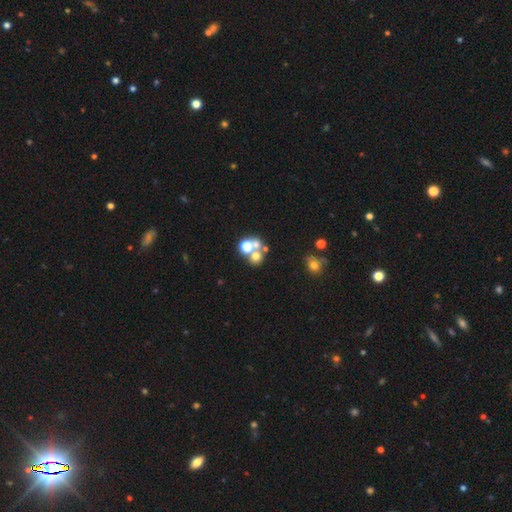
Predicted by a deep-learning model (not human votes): Smooth or featured?
  - smooth: 58% *
  - star or artifact: 23%
  - featured or disk: 19%
How rounded?
  - round: 78% *
  - in between: 20%
  - cigar-shaped: 1%
Merging?
  - merger: 45% *
  - none: 42%
  - minor disturbance: 7%
  - major disturbance: 5%